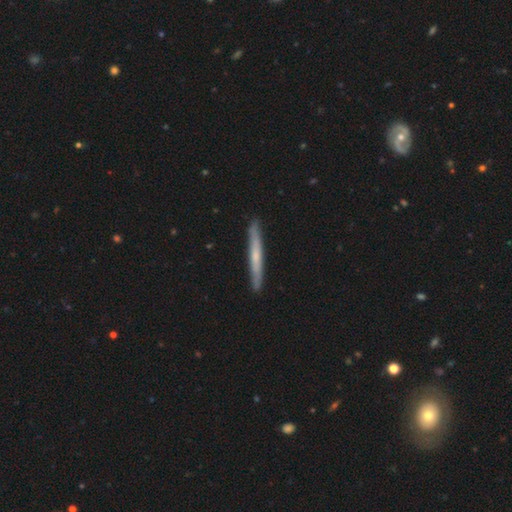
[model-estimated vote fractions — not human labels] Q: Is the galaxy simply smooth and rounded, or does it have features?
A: smooth — 47%, tied with featured or disk.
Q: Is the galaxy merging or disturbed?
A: none — 90%.